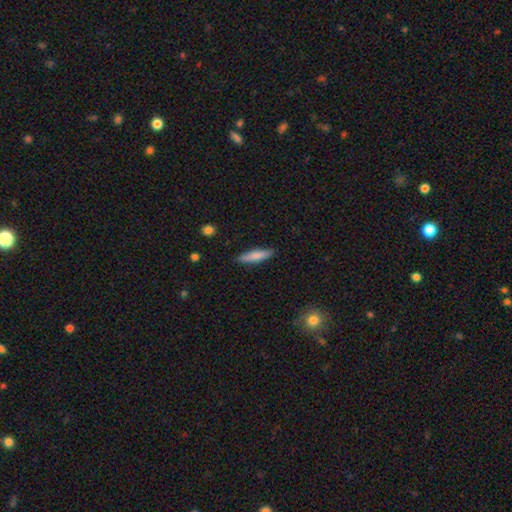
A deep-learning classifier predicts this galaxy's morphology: This appears to be a smooth galaxy with no disk features (78%) that is cigar-shaped (81%). Merging: none (88%).